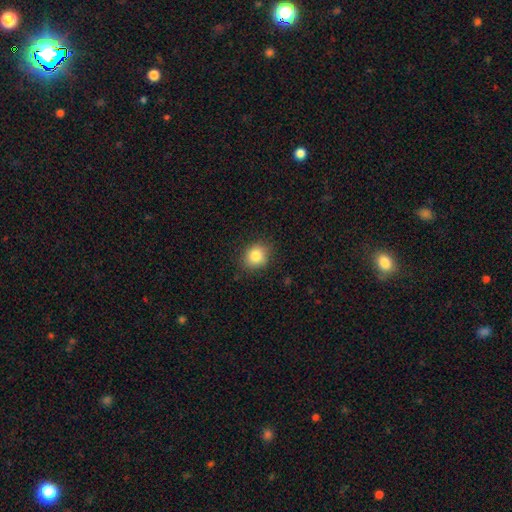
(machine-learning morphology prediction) A smooth galaxy with no disk features (83%) that is round (70%). Merging: none (84%).